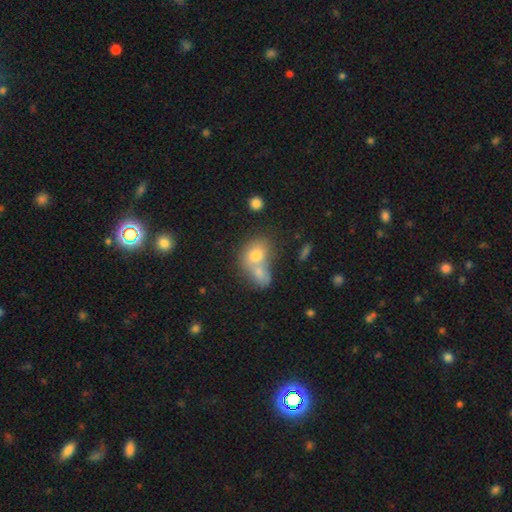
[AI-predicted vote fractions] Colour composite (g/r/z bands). It shows a smooth galaxy with no disk features (73%) that is in between round and cigar-shaped (52%). Merging: merger (65%).